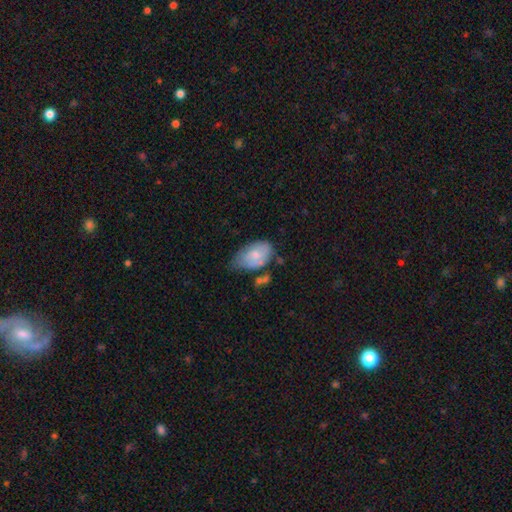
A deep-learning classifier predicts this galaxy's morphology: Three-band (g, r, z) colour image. It shows a smooth galaxy with no disk features (68%) that is in between round and cigar-shaped (91%). Merging: none (41%).